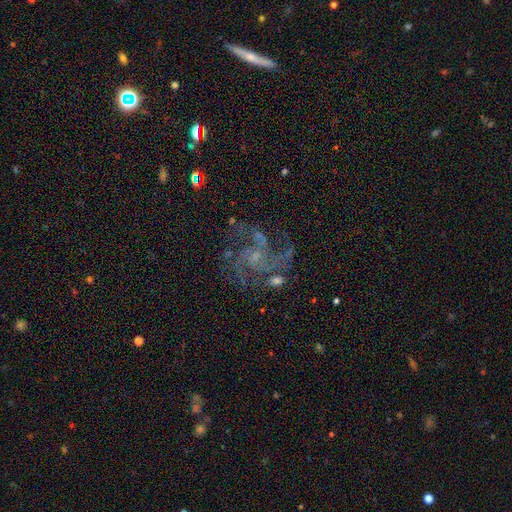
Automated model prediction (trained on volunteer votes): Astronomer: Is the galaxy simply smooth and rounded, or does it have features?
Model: featured or disk — 81%.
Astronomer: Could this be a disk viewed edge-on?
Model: no — 98%.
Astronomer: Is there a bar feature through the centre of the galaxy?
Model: no — 62%.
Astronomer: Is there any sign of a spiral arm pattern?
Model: yes — 95%.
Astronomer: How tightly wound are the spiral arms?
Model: medium — 53%.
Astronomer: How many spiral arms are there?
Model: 3 — 34% (runner-up: 4, 20%).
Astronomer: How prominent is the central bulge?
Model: small — 60%.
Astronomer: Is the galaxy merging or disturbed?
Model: none — 60%.